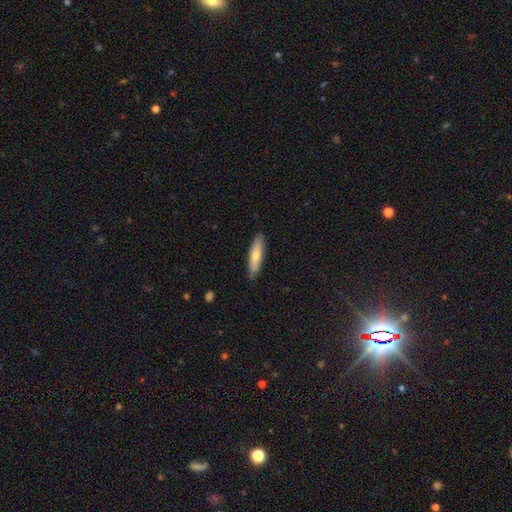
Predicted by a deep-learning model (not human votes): Morphology: type=smooth (72%); roundness=cigar-shaped (71%); merging=none (88%).